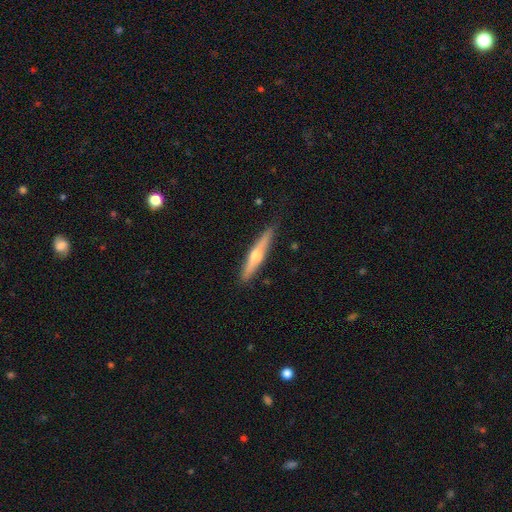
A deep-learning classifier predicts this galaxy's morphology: featured or disk 61%, smooth 34%, star or artifact 6%. Down the decision tree: edge-on disk — yes (96%); edge-on bulge — rounded (90%); merging — none (86%).